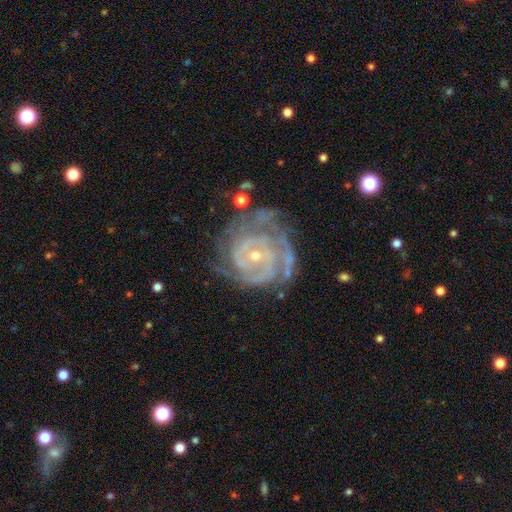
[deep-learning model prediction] A featured or disk galaxy (90%) with no bar (67%), 3 (29%) tight (76%) spiral arms (97%) and a small central bulge (75%).

Vote fractions:
- Smooth or featured? featured or disk: 90% / star or artifact: 6% / smooth: 4%
- Edge-on disk? no: 98% / yes: 2%
- Bar? no: 67% / weak: 24% / strong: 8%
- Spiral arms? yes: 97% / no: 3%
- Spiral winding? tight: 76% / medium: 21% / loose: 3%
- Spiral arm count? 3: 29% / 2: 25% / can't tell: 21% / 4: 14% / more than 4: 7% / 1: 6%
- Bulge size? small: 75% / moderate: 21% / none: 1% / large: 1% / dominant: 1%
- Merging? none: 61% / minor disturbance: 23% / major disturbance: 13% / merger: 3%